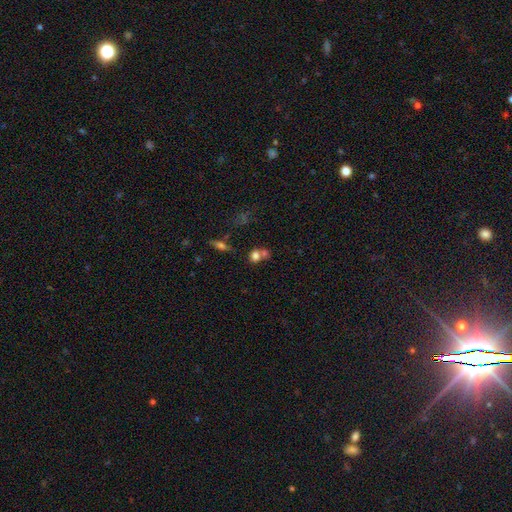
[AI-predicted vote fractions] Smooth or featured: smooth — 74% (star or artifact — 13%)
How rounded: round — 72% (in between — 26%)
Merging: merger — 48% (none — 40%)